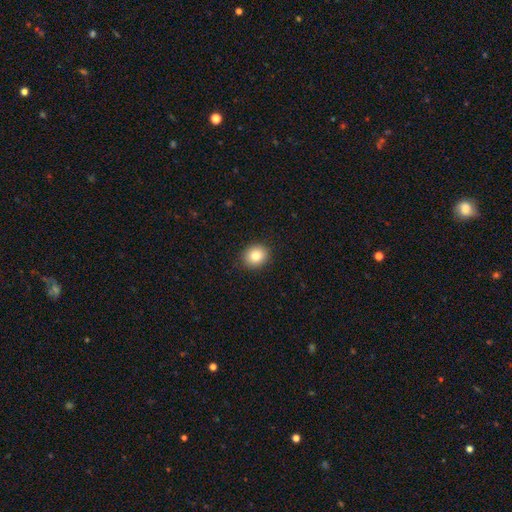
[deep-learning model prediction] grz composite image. It shows a smooth galaxy with no disk features (83%) that is round (75%). Merging: none (90%).